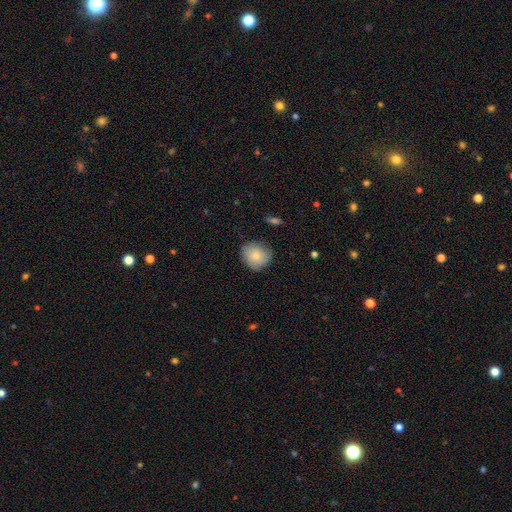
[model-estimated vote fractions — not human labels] Morphology: type=smooth (80%); roundness=round (85%); merging=none (79%).